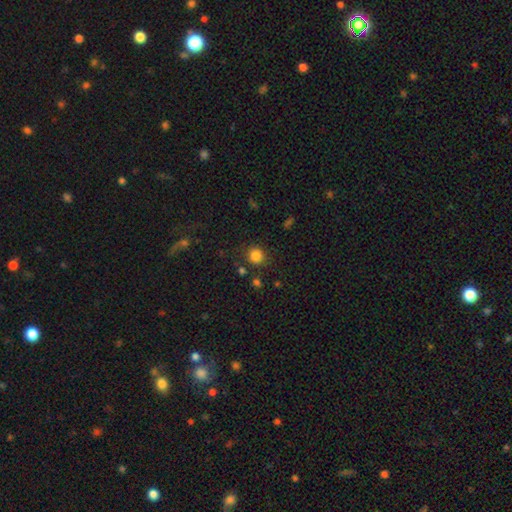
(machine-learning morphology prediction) smooth_or_featured: smooth (p=0.83) [alt: star or artifact p=0.12]
how_rounded: round (p=0.89) [alt: in between p=0.11]
merging: none (p=0.84) [alt: minor disturbance p=0.09]